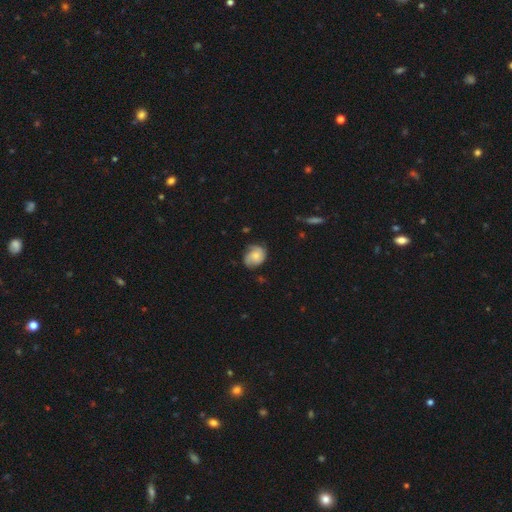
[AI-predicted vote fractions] smooth-or-featured: featured or disk: 51% | smooth: 42% | star or artifact: 7%
  disk-edge-on: no: 97% | yes: 3%
  merging: none: 63% | minor disturbance: 27% | major disturbance: 8% | merger: 2%